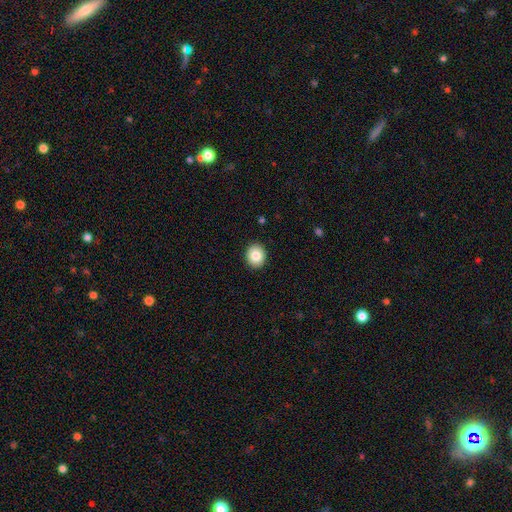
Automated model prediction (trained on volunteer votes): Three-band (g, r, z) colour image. It shows a smooth galaxy with no disk features (85%) that is round (64%). Merging: none (92%).